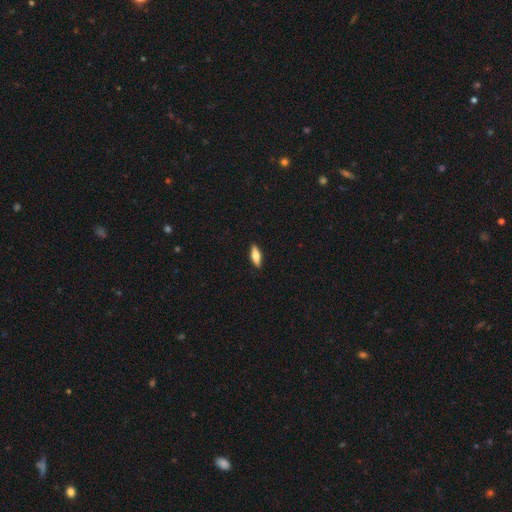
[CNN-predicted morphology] Smooth or featured?
  - smooth: 72% *
  - featured or disk: 22%
  - star or artifact: 6%
How rounded?
  - in between: 58% *
  - cigar-shaped: 40%
  - round: 2%
Merging?
  - none: 89% *
  - minor disturbance: 9%
  - major disturbance: 2%
  - merger: 1%